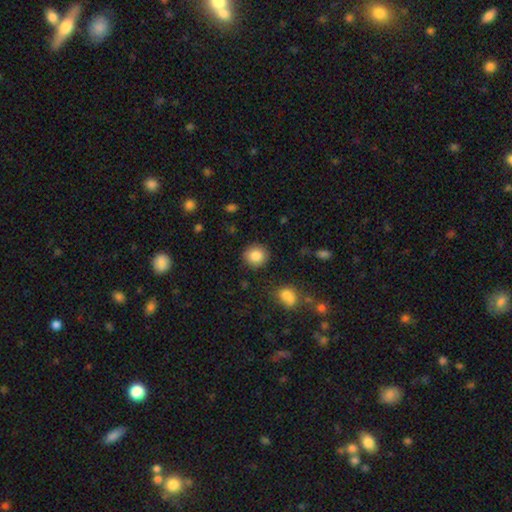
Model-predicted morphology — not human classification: Smooth or featured?
  - smooth: 85% *
  - star or artifact: 9%
  - featured or disk: 6%
How rounded?
  - round: 87% *
  - in between: 12%
  - cigar-shaped: 1%
Merging?
  - none: 89% *
  - minor disturbance: 7%
  - major disturbance: 2%
  - merger: 2%